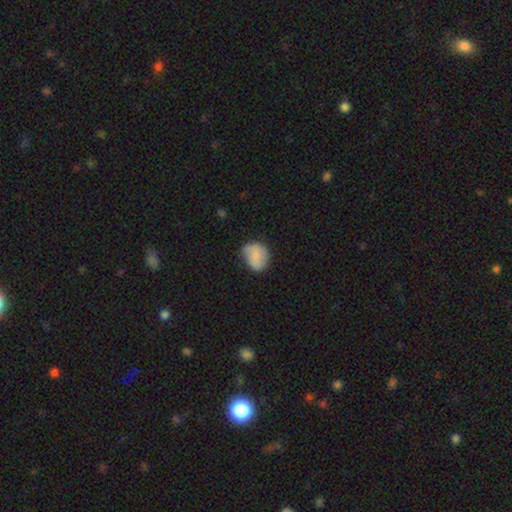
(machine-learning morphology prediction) Smooth or featured: smooth — 70% (featured or disk — 22%)
How rounded: round — 59% (in between — 40%)
Merging: none — 57% (minor disturbance — 32%)